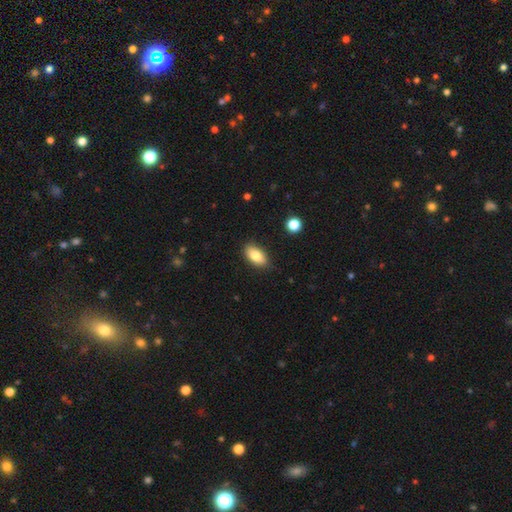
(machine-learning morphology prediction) smooth-or-featured: smooth: 82% | featured or disk: 10% | star or artifact: 8%
  how-rounded: in between: 91% | round: 5% | cigar-shaped: 4%
  merging: none: 84% | minor disturbance: 12% | major disturbance: 2% | merger: 1%